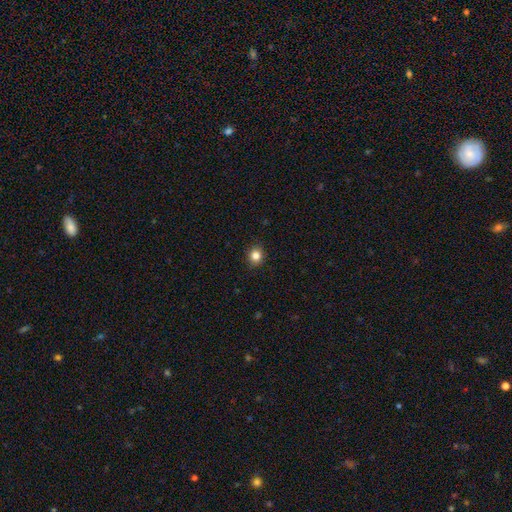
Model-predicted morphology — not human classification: This is clearly a smooth galaxy (84%). How rounded: likely round (76%). Merging: clearly none (91%).